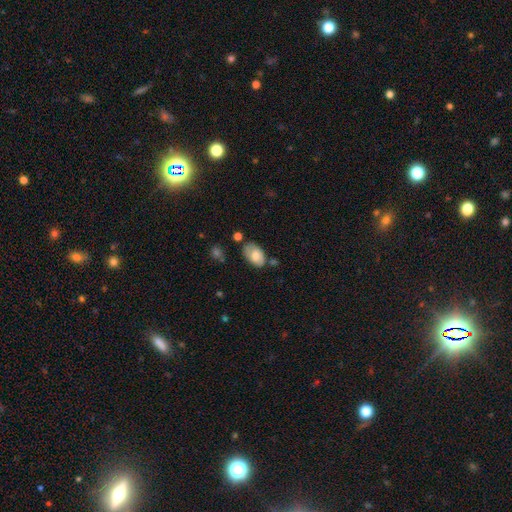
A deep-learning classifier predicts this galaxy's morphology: Smooth or featured? smooth (70%)
How rounded? in between (92%)
Merging? none (59%)